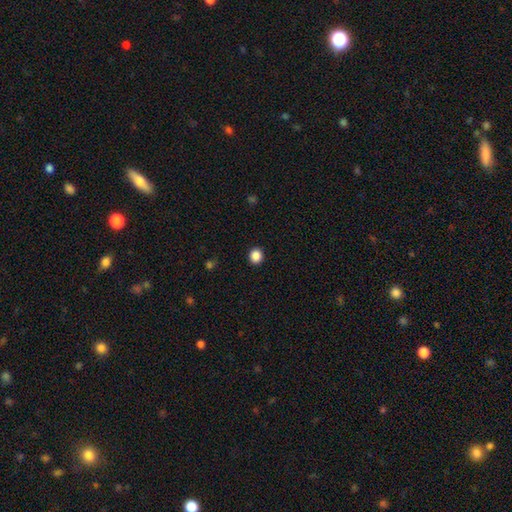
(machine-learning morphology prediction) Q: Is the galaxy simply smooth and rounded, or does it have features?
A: smooth — 87%.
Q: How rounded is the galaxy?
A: round — 85%.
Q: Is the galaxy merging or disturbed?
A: none — 93%.